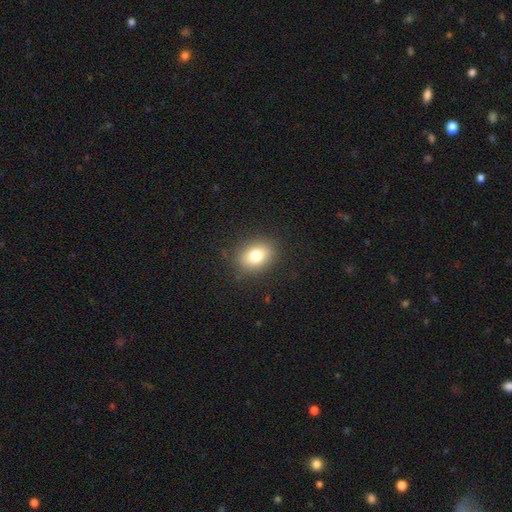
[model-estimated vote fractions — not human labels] Q: Smooth or featured?
A: smooth (77%); runner-up: featured or disk (12%)
Q: How rounded?
A: in between (65%); runner-up: round (34%)
Q: Merging?
A: none (86%); runner-up: minor disturbance (9%)